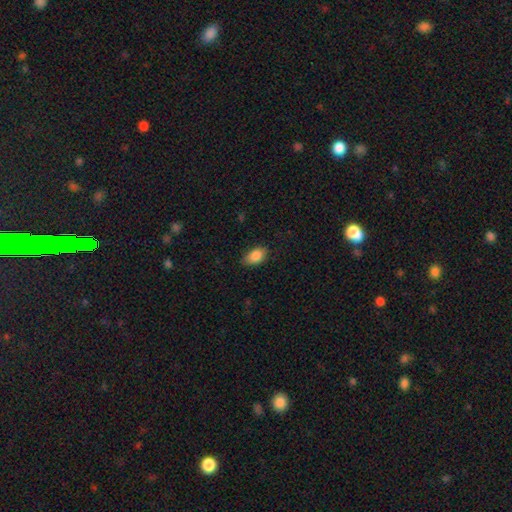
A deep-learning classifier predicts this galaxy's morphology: A smooth galaxy with no disk features (87%) that is in between round and cigar-shaped (90%). Merging: none (75%).